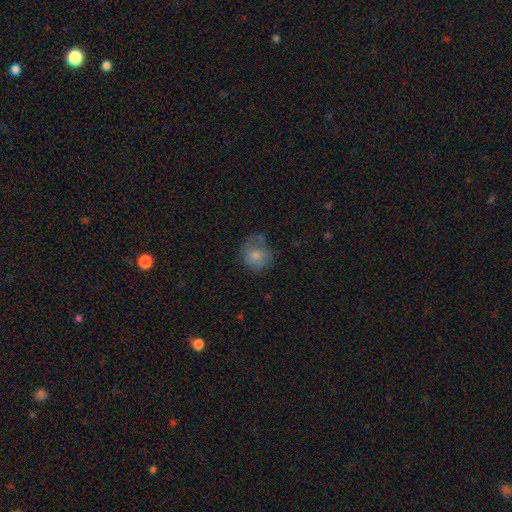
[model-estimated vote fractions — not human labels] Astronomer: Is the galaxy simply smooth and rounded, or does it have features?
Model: smooth — 74%.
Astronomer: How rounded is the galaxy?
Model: round — 77%.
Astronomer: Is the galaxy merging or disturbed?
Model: none — 53%.